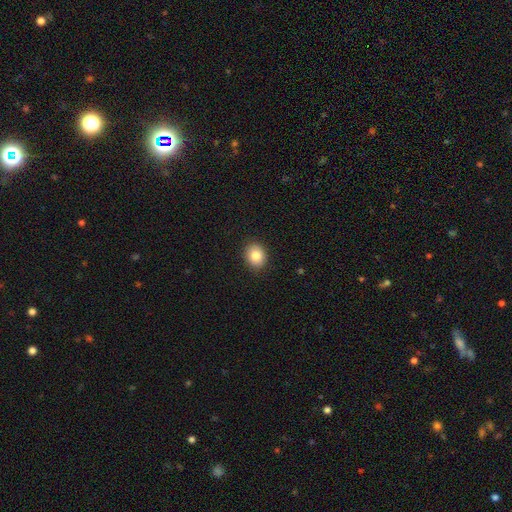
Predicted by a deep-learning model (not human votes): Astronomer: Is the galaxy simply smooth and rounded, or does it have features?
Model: smooth — 82%.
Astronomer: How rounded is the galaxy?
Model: round — 60% (runner-up: in between, 39%).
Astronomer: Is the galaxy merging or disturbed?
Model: none — 90%.